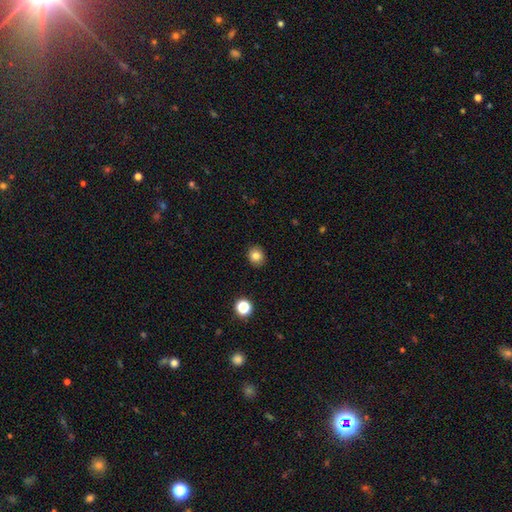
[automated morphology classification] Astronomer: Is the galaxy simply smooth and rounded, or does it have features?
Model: smooth — 82%.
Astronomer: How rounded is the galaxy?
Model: round — 79%.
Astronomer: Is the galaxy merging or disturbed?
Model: none — 91%.